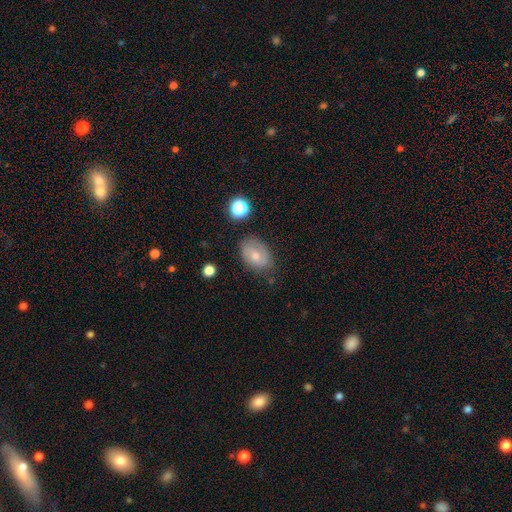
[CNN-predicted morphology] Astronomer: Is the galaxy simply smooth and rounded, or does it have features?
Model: smooth — 57% (runner-up: featured or disk, 33%).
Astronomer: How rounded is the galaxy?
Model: in between — 77%.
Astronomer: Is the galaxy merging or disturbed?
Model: none — 68%.